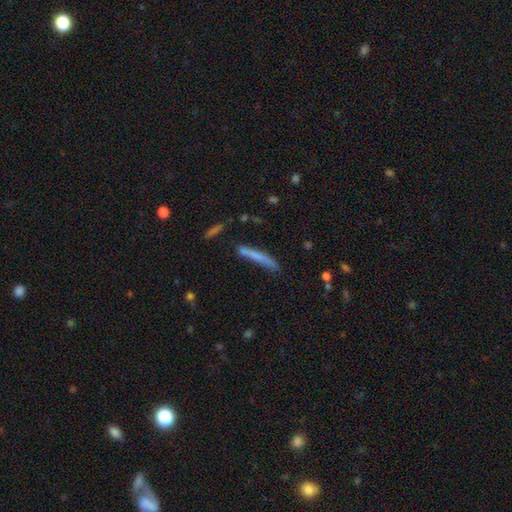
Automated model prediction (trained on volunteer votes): Smooth or featured? Predicted: smooth (p=0.66). How rounded? Predicted: cigar-shaped (p=0.94). Merging? Predicted: none (p=0.71).